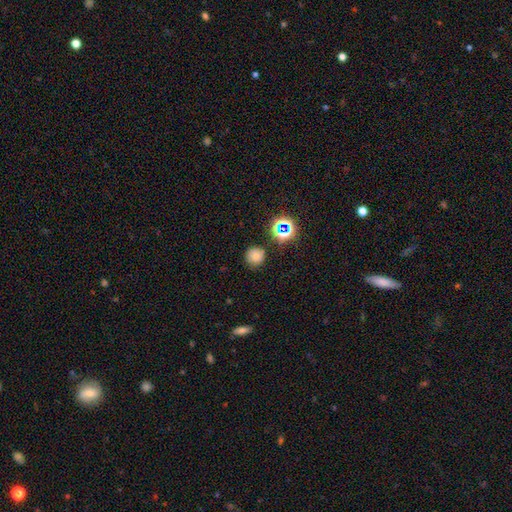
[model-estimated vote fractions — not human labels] Morphology: type=smooth (71%); roundness=round (92%); merging=none (82%).